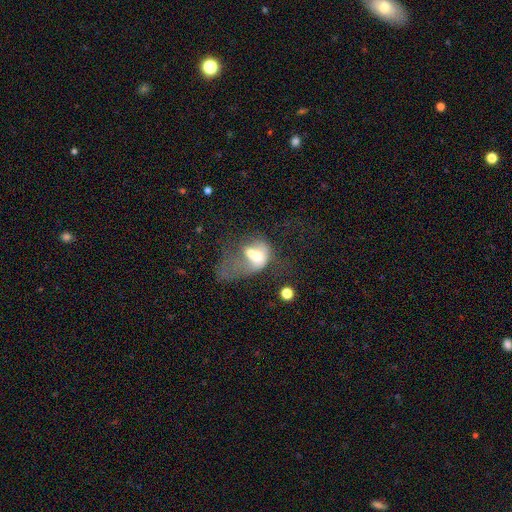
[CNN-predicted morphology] Overall: smooth (51%; featured or disk 39%). How rounded: in between (63%; round 35%). Merging: merger (49%; major disturbance 34%).